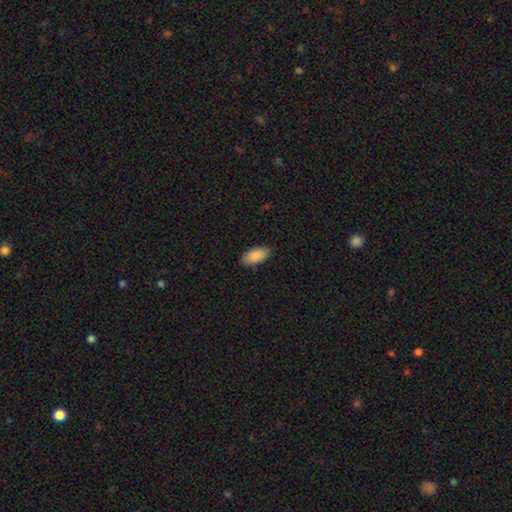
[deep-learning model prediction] Smooth or featured: smooth — 89% (star or artifact — 6%)
How rounded: in between — 92% (cigar-shaped — 6%)
Merging: none — 85% (minor disturbance — 12%)